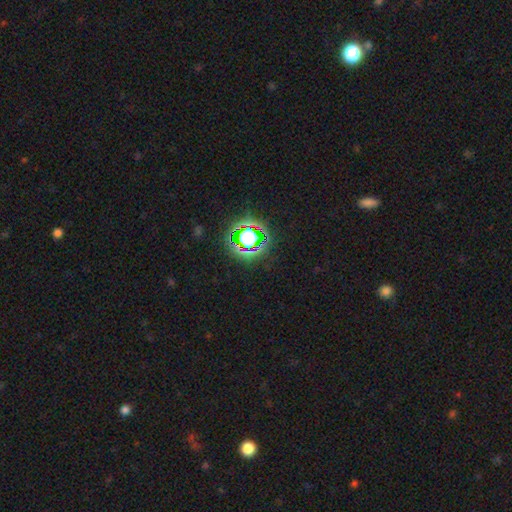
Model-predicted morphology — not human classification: smooth_or_featured: star or artifact (p=0.78) [alt: smooth p=0.15]